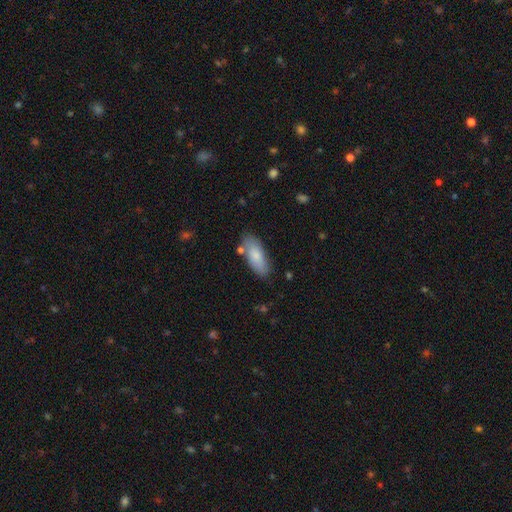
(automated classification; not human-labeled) A smooth galaxy with no disk features (81%) that is in between round and cigar-shaped (76%).

Vote fractions:
- Smooth or featured? smooth: 81% / featured or disk: 13% / star or artifact: 6%
- How rounded? in between: 76% / cigar-shaped: 22% / round: 2%
- Merging? none: 76% / minor disturbance: 15% / merger: 6% / major disturbance: 3%